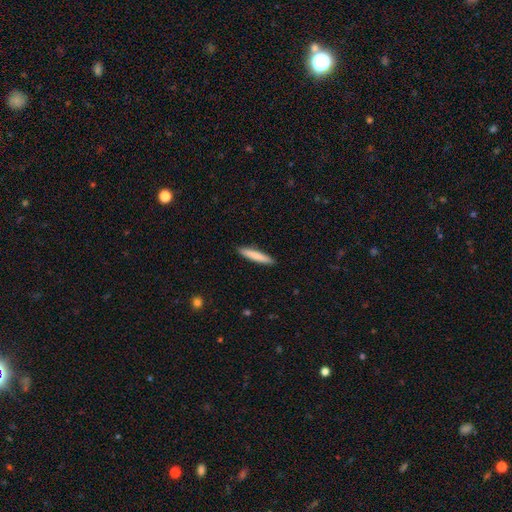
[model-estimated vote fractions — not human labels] Morphology: type=smooth (81%); roundness=cigar-shaped (92%); merging=none (91%).